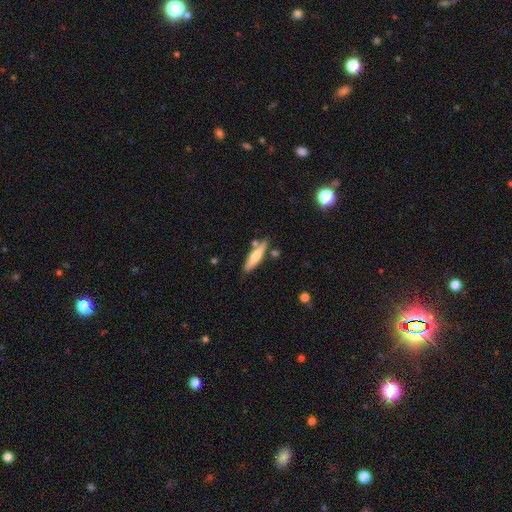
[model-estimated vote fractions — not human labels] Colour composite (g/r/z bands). It shows a smooth galaxy with no disk features (60%) that is cigar-shaped (78%). Merging: none (75%).